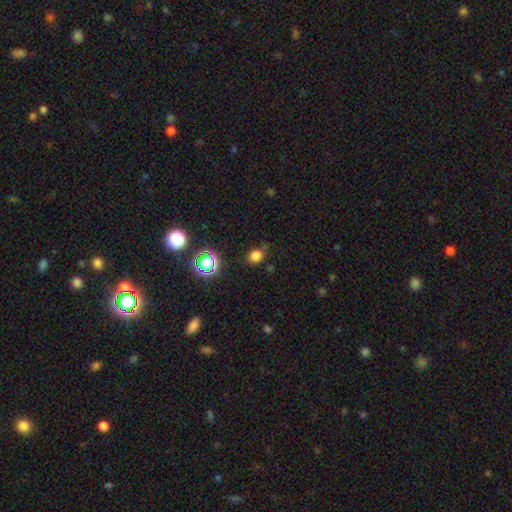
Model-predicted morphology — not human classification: smooth 75%, star or artifact 19%, featured or disk 6%. Down the decision tree: how rounded — round (57%); merging — none (71%).